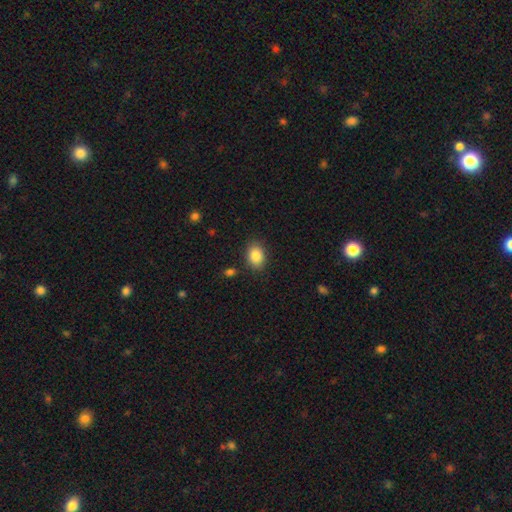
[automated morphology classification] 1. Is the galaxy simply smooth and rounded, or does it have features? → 87% smooth, 8% star or artifact, 5% featured or disk.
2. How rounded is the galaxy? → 74% in between, 25% round, 1% cigar-shaped.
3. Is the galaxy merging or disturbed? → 85% none, 10% minor disturbance, 3% major disturbance, 2% merger.